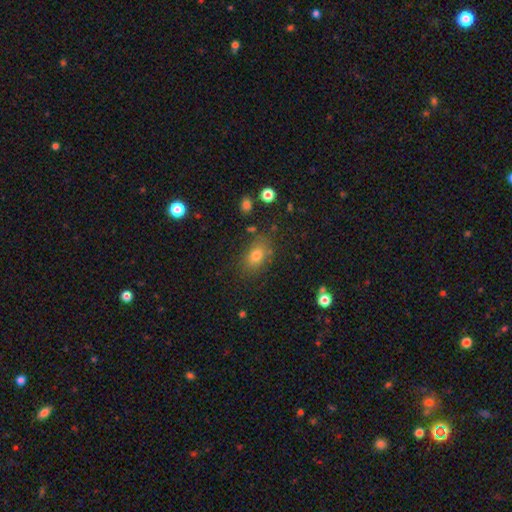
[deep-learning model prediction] smooth_or_featured: smooth (p=0.77) [alt: star or artifact p=0.12]
how_rounded: in between (p=0.78) [alt: round p=0.20]
merging: none (p=0.76) [alt: minor disturbance p=0.15]